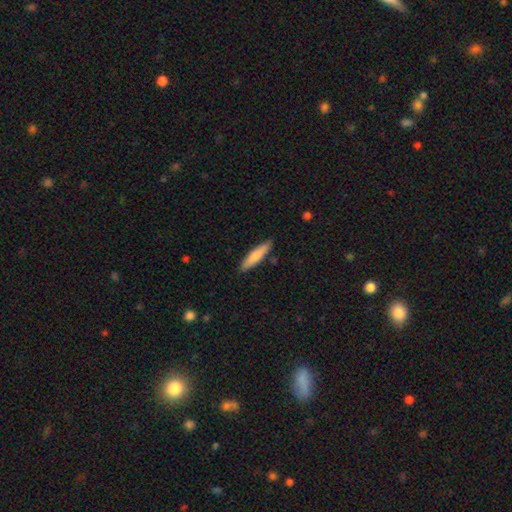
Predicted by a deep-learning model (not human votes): A smooth galaxy with no disk features (74%) that is cigar-shaped (82%).

Vote fractions:
- Smooth or featured? smooth: 74% / featured or disk: 20% / star or artifact: 6%
- How rounded? cigar-shaped: 82% / in between: 16% / round: 1%
- Merging? none: 87% / minor disturbance: 9% / merger: 2% / major disturbance: 2%